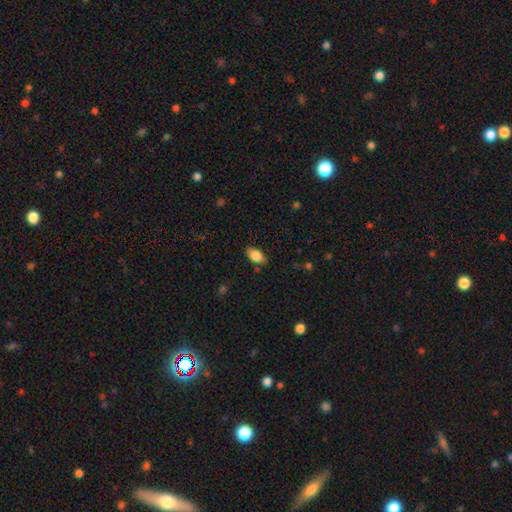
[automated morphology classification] Smooth or featured? Predicted: smooth (p=0.84). How rounded? Predicted: in between (p=0.90). Merging? Predicted: none (p=0.81).